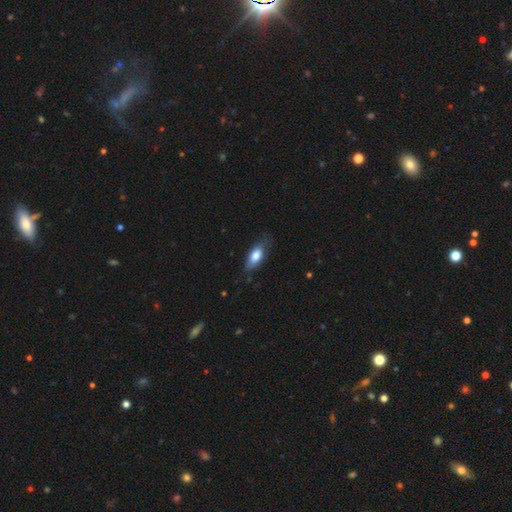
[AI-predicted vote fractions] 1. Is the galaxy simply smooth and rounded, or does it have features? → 75% smooth, 19% featured or disk, 6% star or artifact.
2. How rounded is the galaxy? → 81% in between, 16% cigar-shaped, 3% round.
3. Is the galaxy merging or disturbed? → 71% none, 22% minor disturbance, 5% major disturbance, 1% merger.